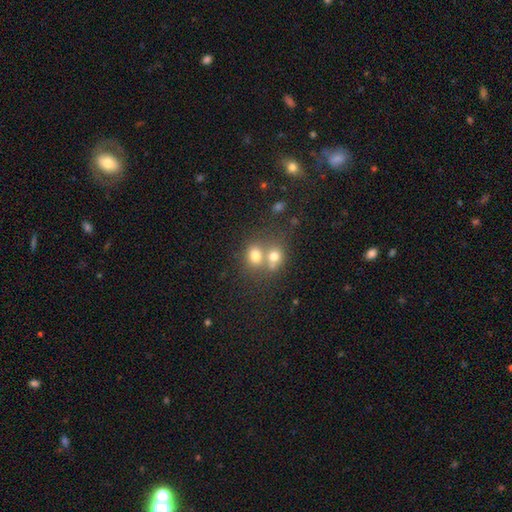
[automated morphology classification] smooth 73%, star or artifact 14%, featured or disk 13%. Down the decision tree: how rounded — round (62%); merging — merger (55%).